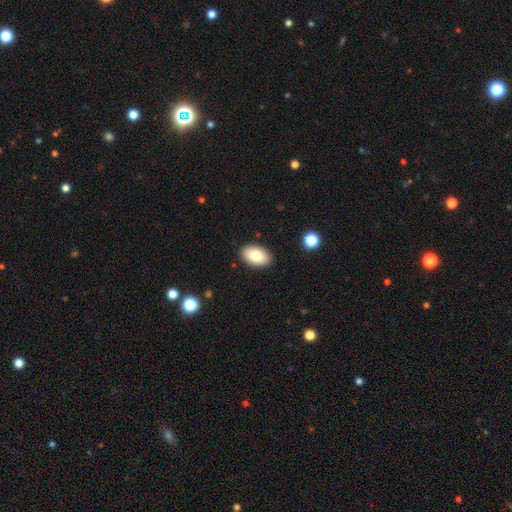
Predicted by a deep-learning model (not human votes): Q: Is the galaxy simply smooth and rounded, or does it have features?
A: smooth — 80%.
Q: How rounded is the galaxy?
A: in between — 92%.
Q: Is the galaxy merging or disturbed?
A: none — 89%.